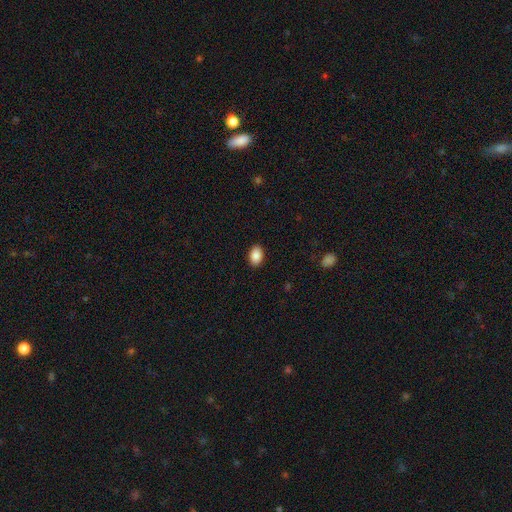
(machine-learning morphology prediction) smooth_or_featured: smooth (p=0.88) [alt: star or artifact p=0.07]
how_rounded: in between (p=0.87) [alt: round p=0.12]
merging: none (p=0.90) [alt: minor disturbance p=0.07]